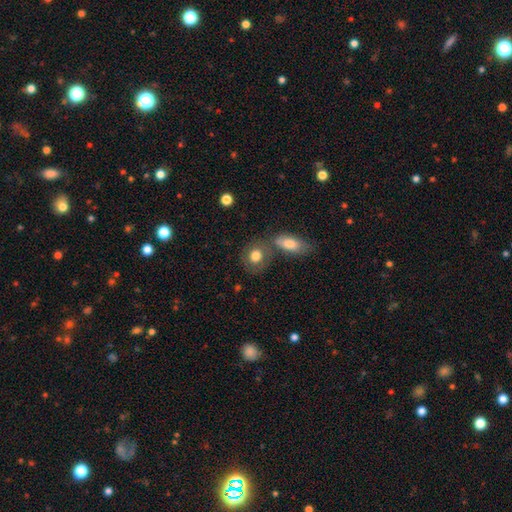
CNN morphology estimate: smooth_or_featured: smooth (p=0.79) [alt: featured or disk p=0.14]
how_rounded: round (p=0.67) [alt: in between p=0.31]
merging: none (p=0.58) [alt: merger p=0.25]